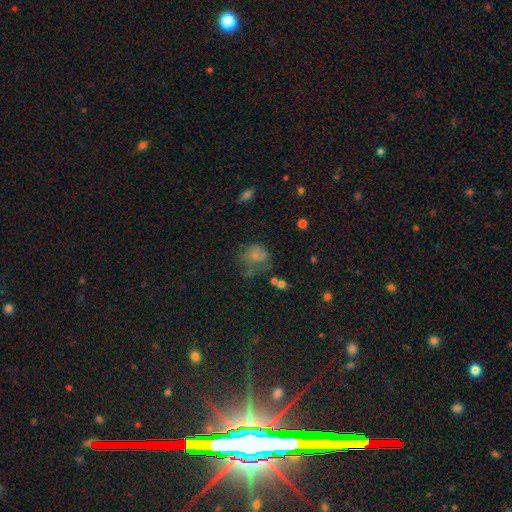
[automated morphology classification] Overall: smooth (59%; featured or disk 25%). How rounded: round (58%; in between 41%). Merging: major disturbance (35%; none 32%).